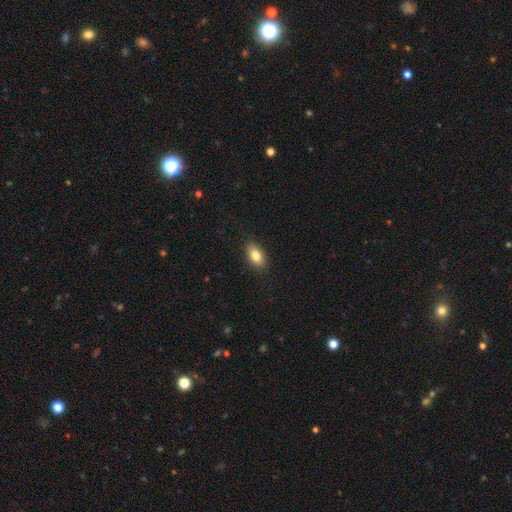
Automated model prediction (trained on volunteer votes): smooth-or-featured: smooth: 82% | featured or disk: 10% | star or artifact: 7%
  how-rounded: in between: 90% | round: 6% | cigar-shaped: 4%
  merging: none: 88% | minor disturbance: 9% | major disturbance: 2% | merger: 1%